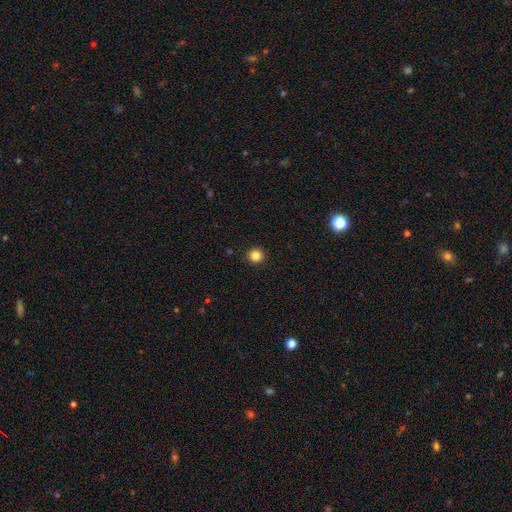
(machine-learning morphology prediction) Smooth or featured: smooth — 83% (star or artifact — 12%)
How rounded: round — 96% (in between — 3%)
Merging: none — 93% (minor disturbance — 5%)